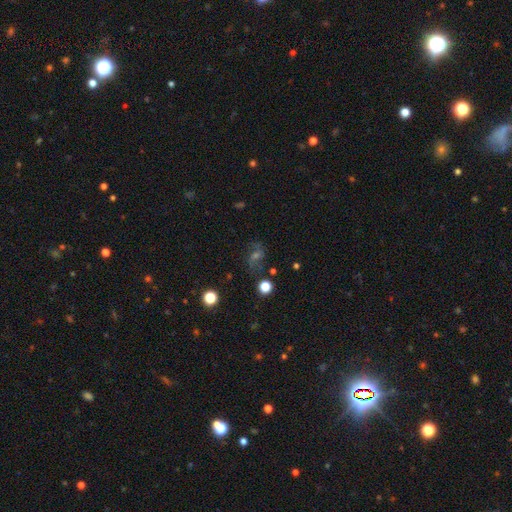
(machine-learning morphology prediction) Smooth or featured: featured or disk — 52% (star or artifact — 27%)
Edge-on disk: no — 95% (yes — 5%)
Merging: none — 72% (minor disturbance — 14%)